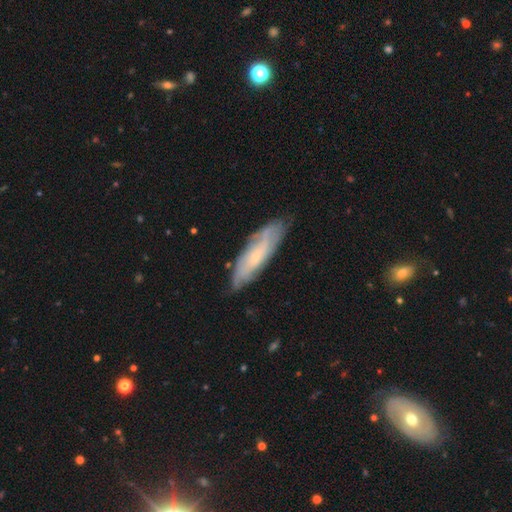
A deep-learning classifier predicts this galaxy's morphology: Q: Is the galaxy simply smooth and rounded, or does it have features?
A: featured or disk — 55%.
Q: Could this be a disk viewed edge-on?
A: no — 66%.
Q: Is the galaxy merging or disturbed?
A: none — 76%.